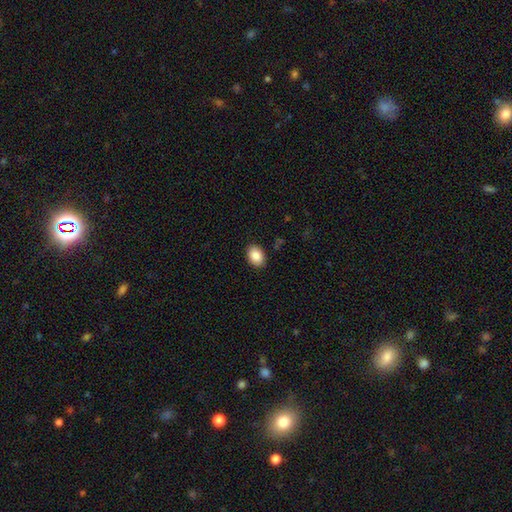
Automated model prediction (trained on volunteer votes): smooth_or_featured: smooth (p=0.88) [alt: star or artifact p=0.07]
how_rounded: in between (p=0.80) [alt: round p=0.20]
merging: none (p=0.89) [alt: minor disturbance p=0.08]